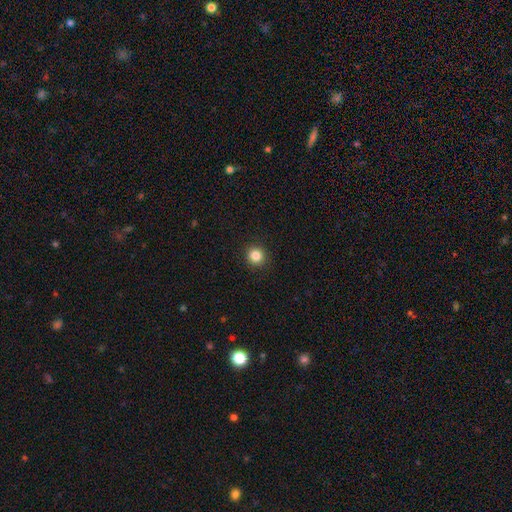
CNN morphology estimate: This appears to be a smooth galaxy with no disk features (85%) that is round (93%). Merging: none (92%).